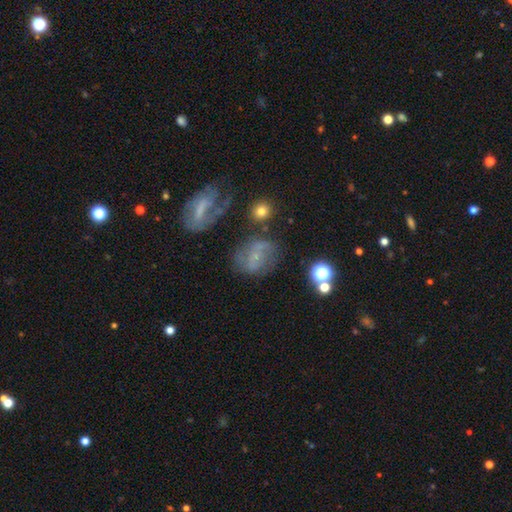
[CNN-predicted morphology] Smooth or featured?
  - featured or disk: 50% *
  - smooth: 34%
  - star or artifact: 16%
Merging?
  - none: 57% *
  - minor disturbance: 21%
  - major disturbance: 14%
  - merger: 8%